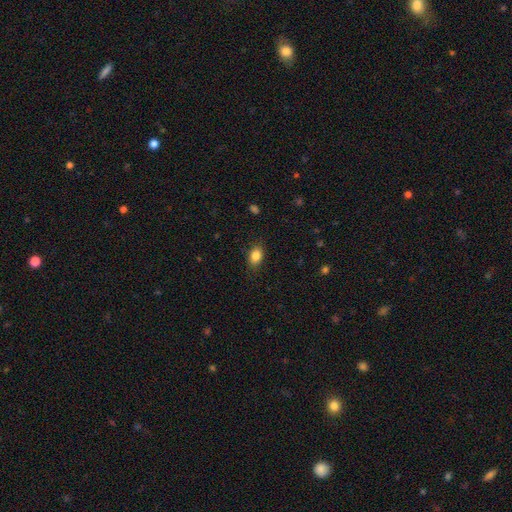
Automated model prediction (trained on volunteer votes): Q: Smooth or featured?
A: smooth (85%); runner-up: star or artifact (9%)
Q: How rounded?
A: in between (79%); runner-up: round (20%)
Q: Merging?
A: none (84%); runner-up: minor disturbance (12%)